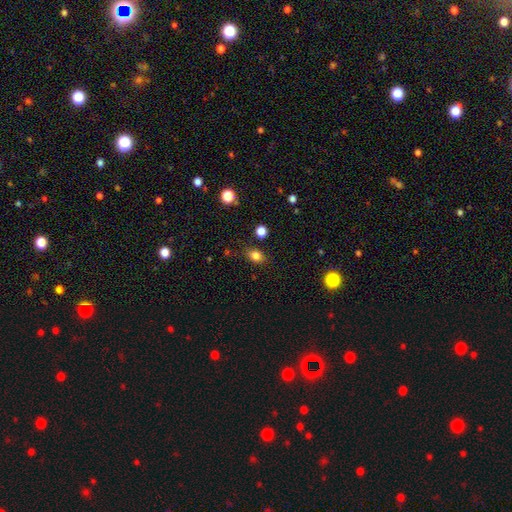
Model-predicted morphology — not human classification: A smooth galaxy with no disk features (82%) that is in between round and cigar-shaped (58%).

Vote fractions:
- Smooth or featured? smooth: 82% / star or artifact: 12% / featured or disk: 6%
- How rounded? in between: 58% / round: 40% / cigar-shaped: 1%
- Merging? none: 82% / minor disturbance: 12% / major disturbance: 3% / merger: 2%